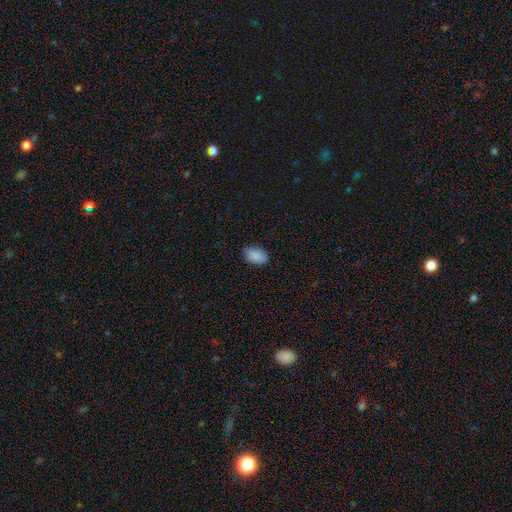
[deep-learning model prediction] smooth 89%, star or artifact 7%, featured or disk 4%. Down the decision tree: how rounded — in between (91%); merging — none (84%).